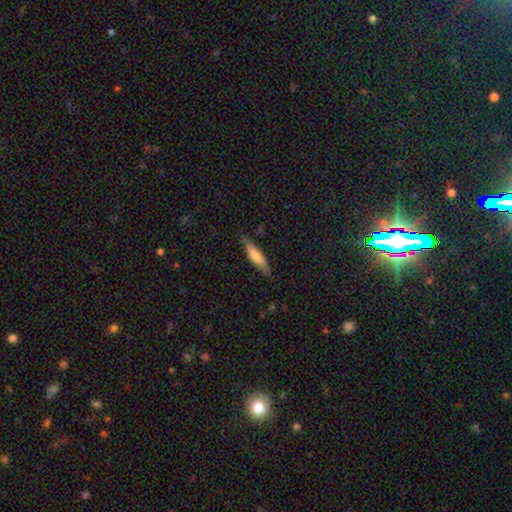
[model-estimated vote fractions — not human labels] smooth_or_featured: smooth (p=0.62) [alt: featured or disk p=0.32]
how_rounded: cigar-shaped (p=0.80) [alt: in between p=0.18]
merging: none (p=0.84) [alt: minor disturbance p=0.13]